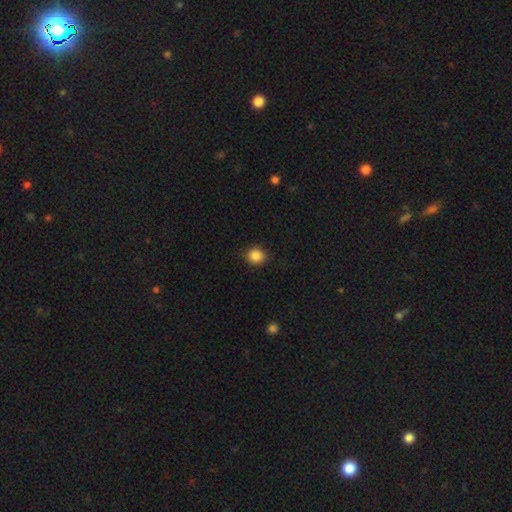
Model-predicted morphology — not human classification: smooth-or-featured: smooth: 87% | star or artifact: 10% | featured or disk: 4%
  how-rounded: round: 83% | in between: 16% | cigar-shaped: 1%
  merging: none: 86% | minor disturbance: 10% | major disturbance: 2% | merger: 1%